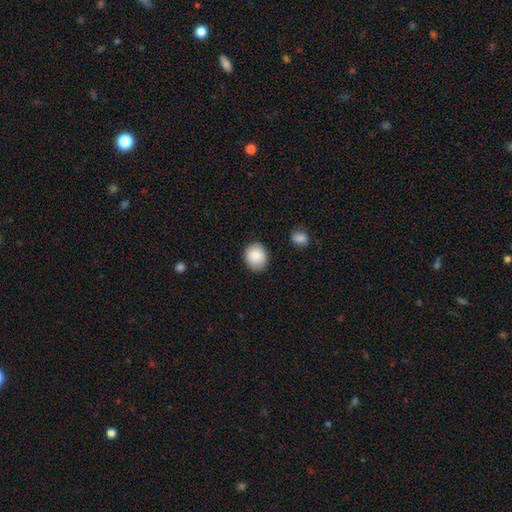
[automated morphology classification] Smooth or featured?
  - smooth: 87% *
  - star or artifact: 7%
  - featured or disk: 6%
How rounded?
  - round: 62% *
  - in between: 37%
  - cigar-shaped: 1%
Merging?
  - none: 85% *
  - minor disturbance: 11%
  - major disturbance: 2%
  - merger: 2%